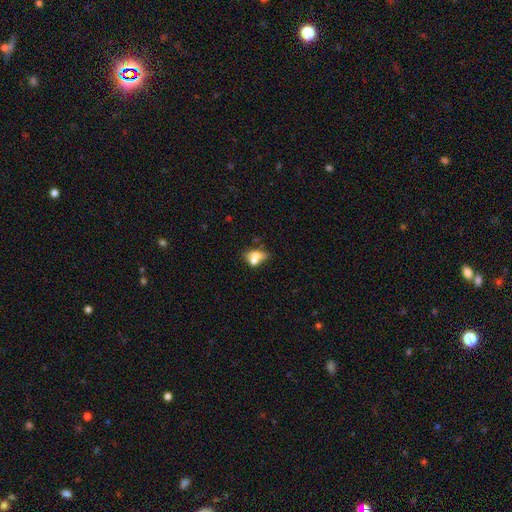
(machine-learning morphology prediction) The model was most divided on "merging": merger: 54%, none: 27%, minor disturbance: 11%, major disturbance: 8%. More confident: how rounded — in between (66%); smooth or featured — smooth (61%).